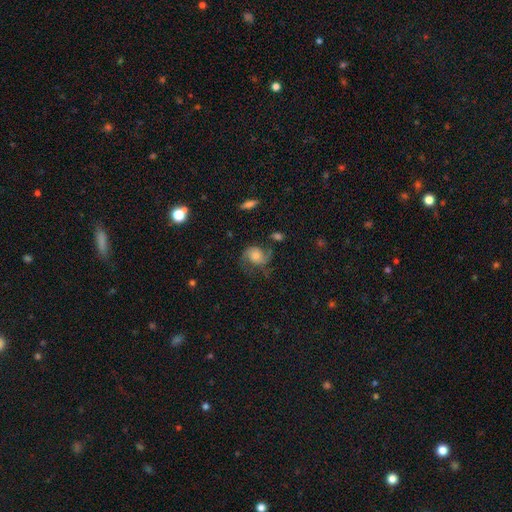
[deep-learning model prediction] Smooth or featured: featured or disk — 61% (smooth — 30%)
Edge-on disk: no — 97% (yes — 3%)
Bar: no — 74% (weak — 22%)
Spiral arms: yes — 90% (no — 10%)
Spiral winding: medium — 45% (loose — 36%)
Spiral arm count: 2 — 74% (1 — 11%)
Bulge size: moderate — 36% (large — 25%)
Merging: none — 52% (minor disturbance — 22%)